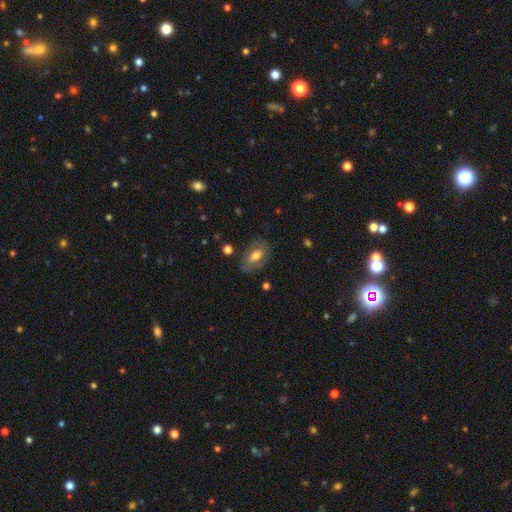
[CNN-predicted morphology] Smooth or featured: smooth — 49% (featured or disk — 43%)
Merging: none — 74% (minor disturbance — 17%)